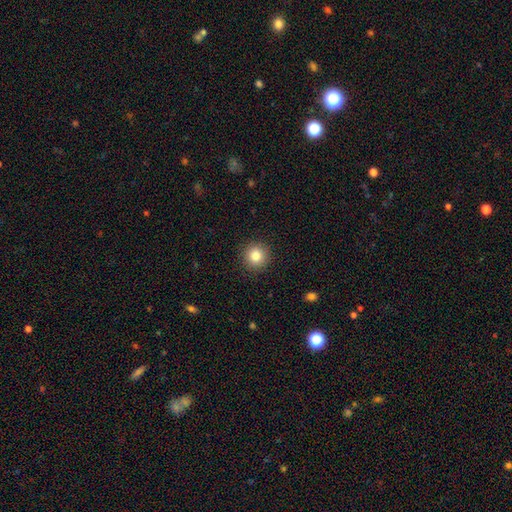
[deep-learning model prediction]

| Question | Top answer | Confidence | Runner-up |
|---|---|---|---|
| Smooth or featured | smooth | 83% | star or artifact (10%) |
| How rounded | round | 94% | in between (5%) |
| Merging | none | 92% | minor disturbance (6%) |